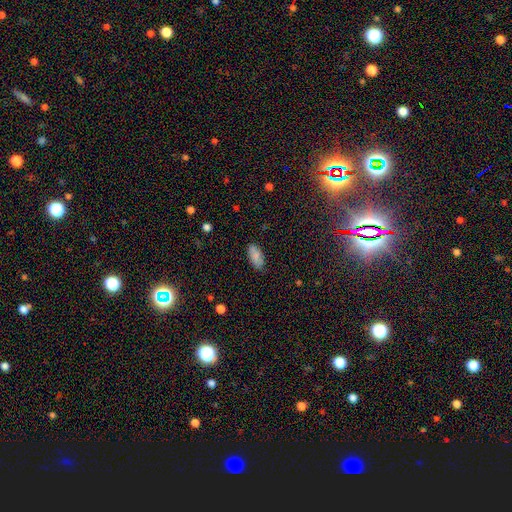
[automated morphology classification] Q: Smooth or featured?
A: smooth (82%); runner-up: featured or disk (10%)
Q: How rounded?
A: in between (89%); runner-up: cigar-shaped (9%)
Q: Merging?
A: none (83%); runner-up: minor disturbance (13%)